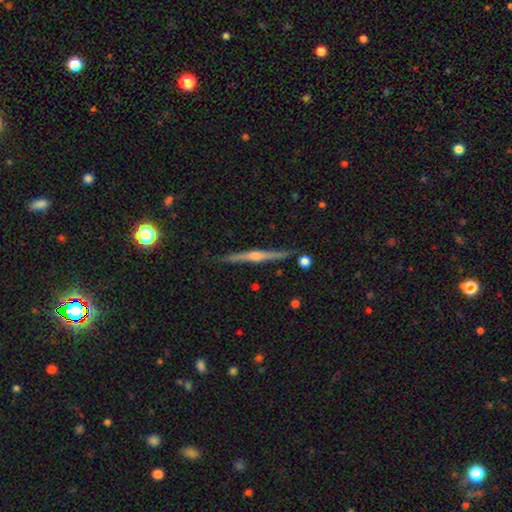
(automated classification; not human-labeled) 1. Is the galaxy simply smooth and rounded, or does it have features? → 82% featured or disk, 11% smooth, 6% star or artifact.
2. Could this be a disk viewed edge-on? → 98% yes, 2% no.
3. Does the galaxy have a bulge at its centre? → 85% rounded, 8% none, 7% boxy.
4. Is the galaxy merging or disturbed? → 90% none, 6% minor disturbance, 2% merger, 1% major disturbance.